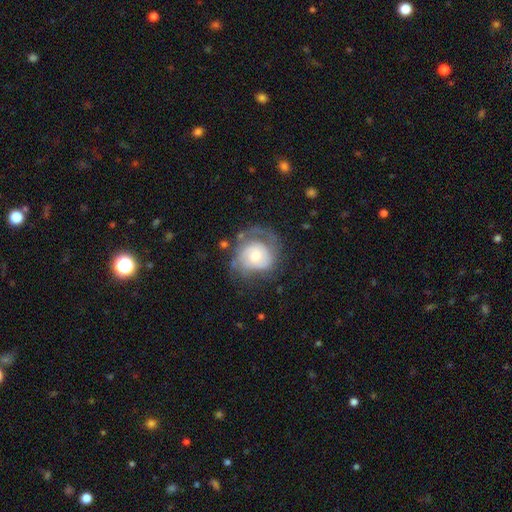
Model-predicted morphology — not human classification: A featured or disk galaxy (68%) with no bar (75%), 2 (38%) tight (48%) spiral arms (84%) and a moderate central bulge (48%). Merging: none (49%).